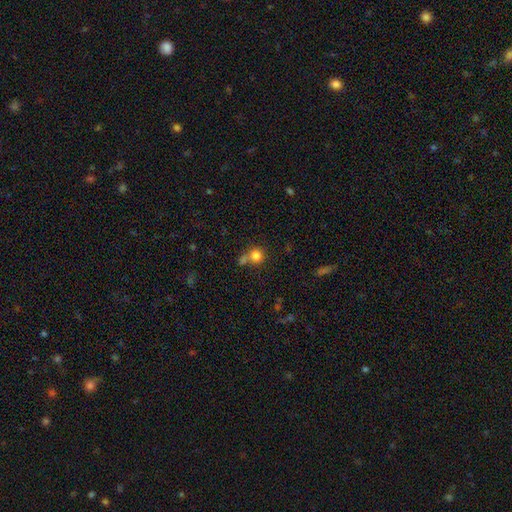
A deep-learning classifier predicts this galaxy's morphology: This is clearly a smooth galaxy (81%). How rounded: clearly round (87%). Merging: possibly none (52%).